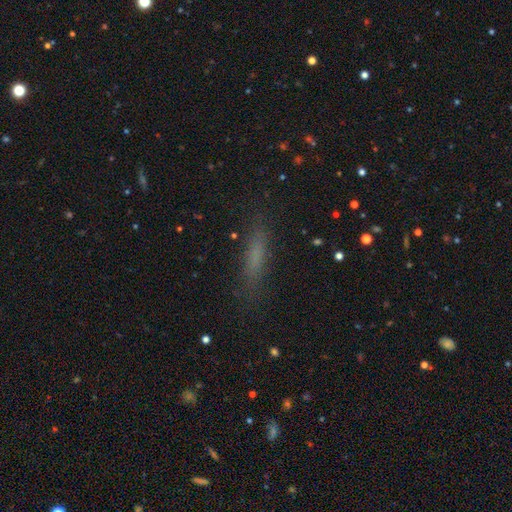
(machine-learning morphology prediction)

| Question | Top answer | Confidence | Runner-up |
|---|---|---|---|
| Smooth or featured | smooth | 67% | featured or disk (17%) |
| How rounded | cigar-shaped | 81% | in between (17%) |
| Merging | none | 83% | minor disturbance (11%) |